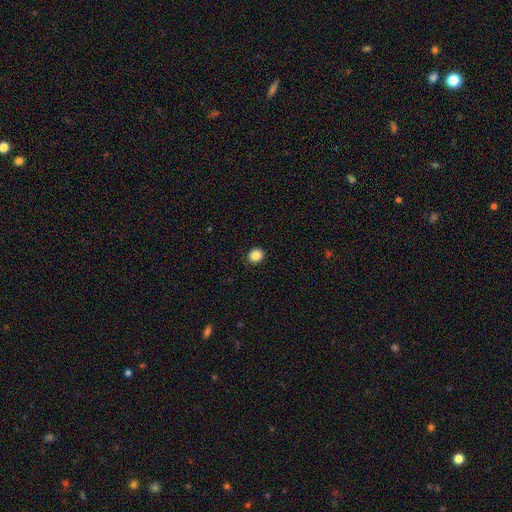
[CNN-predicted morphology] This is clearly a smooth galaxy (86%). How rounded: likely round (79%). Merging: clearly none (92%).